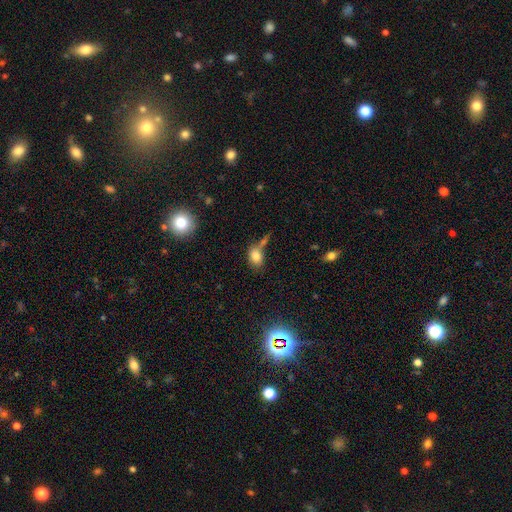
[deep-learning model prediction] smooth_or_featured: smooth (p=0.81) [alt: star or artifact p=0.10]
how_rounded: in between (p=0.77) [alt: round p=0.21]
merging: none (p=0.44) [alt: merger p=0.31]